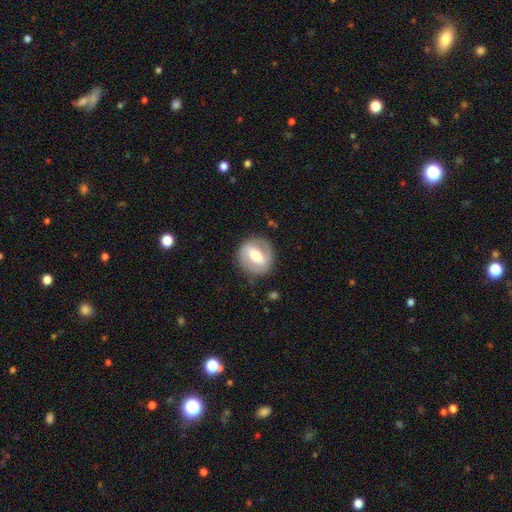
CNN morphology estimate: Smooth or featured?
  - featured or disk: 59% *
  - smooth: 35%
  - star or artifact: 6%
Edge-on disk?
  - no: 93% *
  - yes: 7%
Bar?
  - strong: 52% *
  - weak: 32%
  - no: 15%
Spiral arms?
  - no: 54% *
  - yes: 46%
Bulge size?
  - moderate: 68% *
  - small: 17%
  - large: 12%
  - dominant: 1%
  - none: 1%
Merging?
  - none: 83% *
  - minor disturbance: 11%
  - major disturbance: 5%
  - merger: 1%